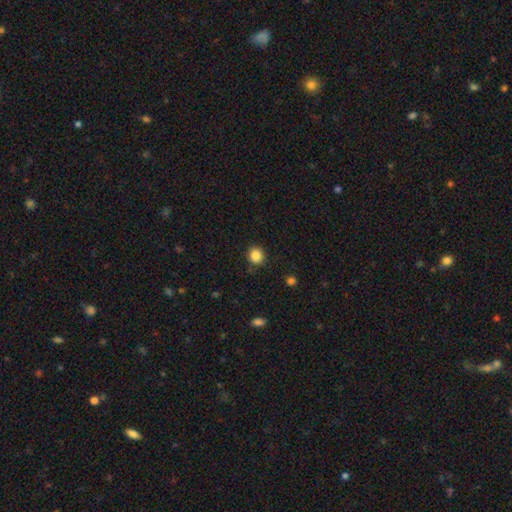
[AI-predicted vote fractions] smooth_or_featured: smooth (p=0.86) [alt: star or artifact p=0.11]
how_rounded: round (p=0.87) [alt: in between p=0.12]
merging: none (p=0.88) [alt: minor disturbance p=0.08]